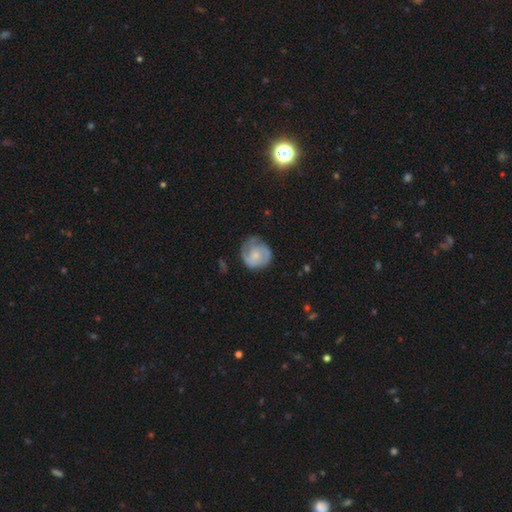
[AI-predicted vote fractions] Morphology: type=featured or disk (55%); edge-on=no (98%); bar=no (72%); spiral arms=yes (80%); bulge=small (47%); merging=none (65%).